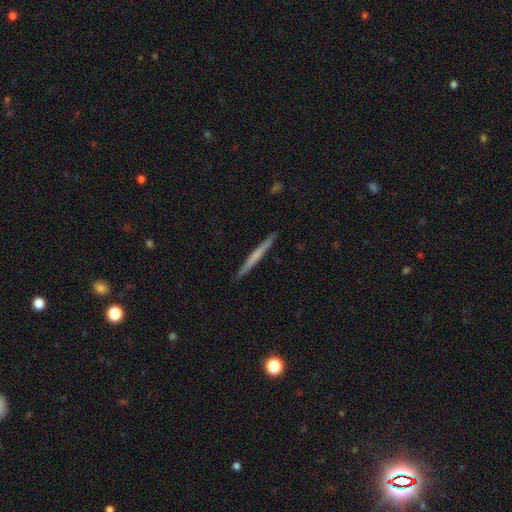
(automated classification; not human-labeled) smooth 50%, featured or disk 45%, star or artifact 5%. Down the decision tree: merging — none (92%).